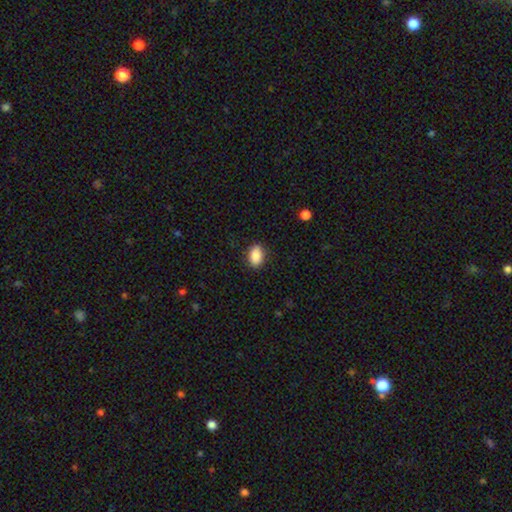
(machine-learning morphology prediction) Smooth or featured? smooth (88%)
How rounded? in between (88%)
Merging? none (88%)